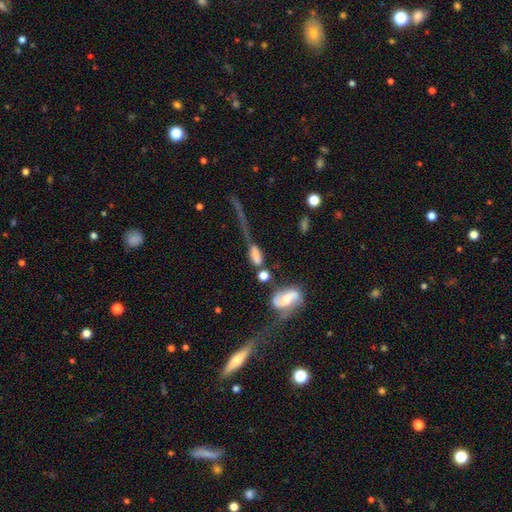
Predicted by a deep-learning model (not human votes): Morphology: type=smooth (57%); roundness=in between (74%); merging=merger (34%).